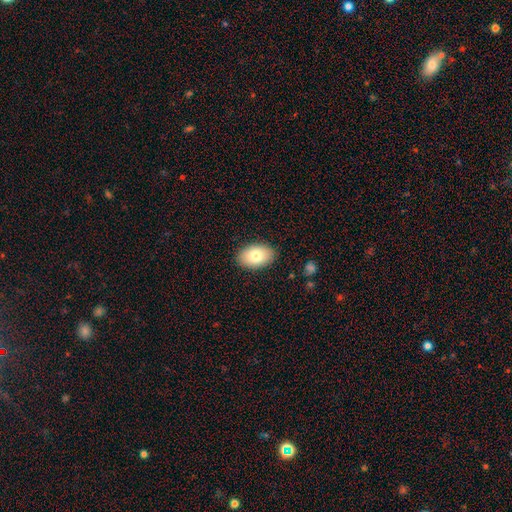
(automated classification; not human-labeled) Morphology: type=smooth (79%); roundness=in between (91%); merging=none (88%).